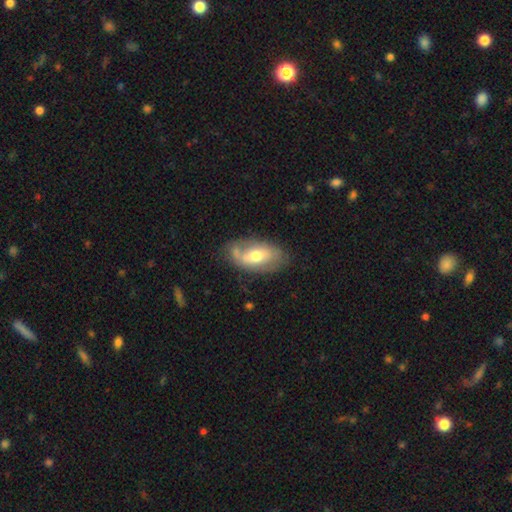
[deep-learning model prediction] Q: Smooth or featured?
A: featured or disk (51%); runner-up: smooth (43%)
Q: Edge-on disk?
A: no (90%); runner-up: yes (10%)
Q: Merging?
A: none (57%); runner-up: minor disturbance (27%)